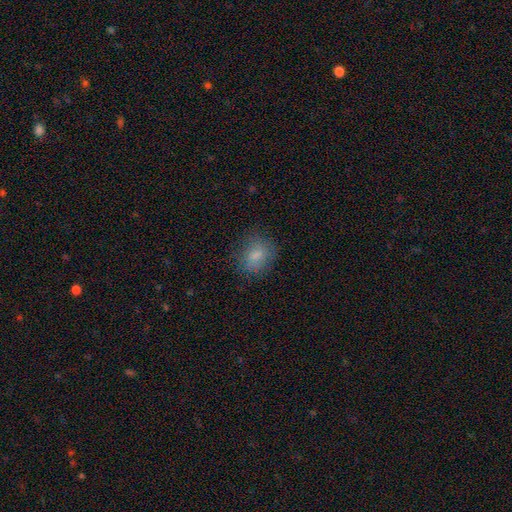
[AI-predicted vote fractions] Smooth or featured? Predicted: smooth (p=0.79). How rounded? Predicted: round (p=0.57). Merging? Predicted: none (p=0.77).